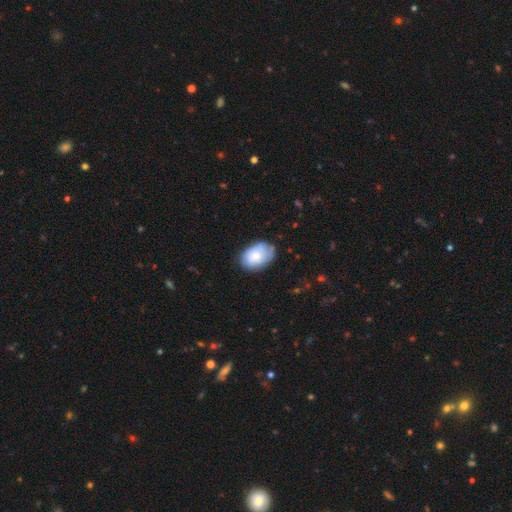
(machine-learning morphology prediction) Q: Smooth or featured?
A: smooth (71%); runner-up: featured or disk (22%)
Q: How rounded?
A: in between (83%); runner-up: round (16%)
Q: Merging?
A: none (67%); runner-up: minor disturbance (26%)